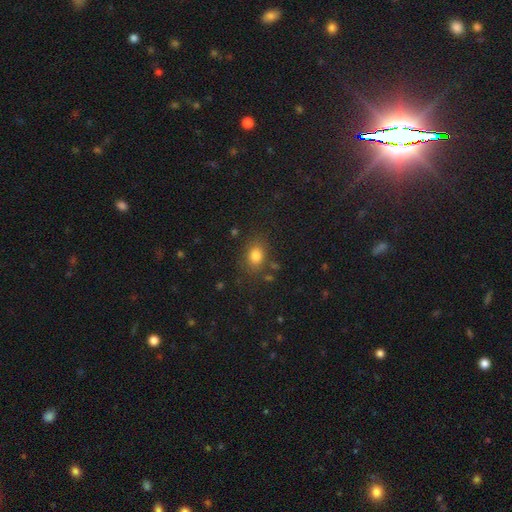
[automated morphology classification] The model was most divided on "how rounded": in between: 54%, round: 45%, cigar-shaped: 1%. More confident: smooth or featured — smooth (80%); merging — none (78%).